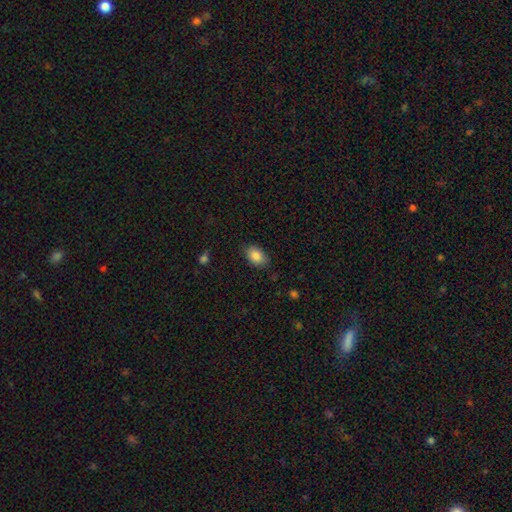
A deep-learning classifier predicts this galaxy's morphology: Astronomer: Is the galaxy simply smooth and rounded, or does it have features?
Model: smooth — 87%.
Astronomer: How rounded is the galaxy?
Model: in between — 87%.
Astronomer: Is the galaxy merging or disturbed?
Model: none — 82%.